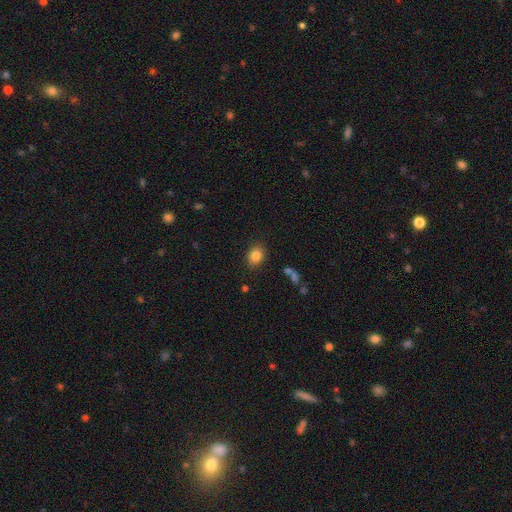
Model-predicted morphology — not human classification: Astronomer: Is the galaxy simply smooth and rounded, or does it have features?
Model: smooth — 83%.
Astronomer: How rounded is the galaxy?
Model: in between — 55% (runner-up: round, 44%).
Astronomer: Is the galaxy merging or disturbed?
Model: none — 85%.